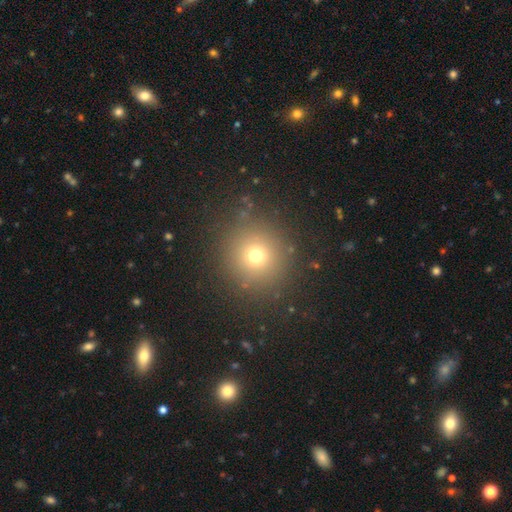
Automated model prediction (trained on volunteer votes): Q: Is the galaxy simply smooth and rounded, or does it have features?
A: smooth — 70%.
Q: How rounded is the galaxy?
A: round — 93%.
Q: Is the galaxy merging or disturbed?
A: none — 88%.